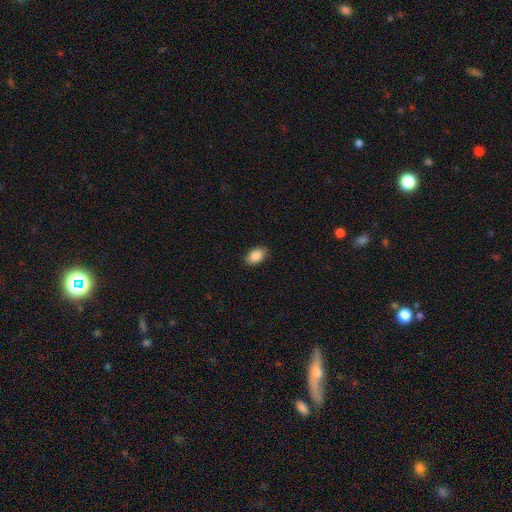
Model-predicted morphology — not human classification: smooth_or_featured: smooth (p=0.88) [alt: star or artifact p=0.07]
how_rounded: in between (p=0.91) [alt: round p=0.07]
merging: none (p=0.87) [alt: minor disturbance p=0.10]